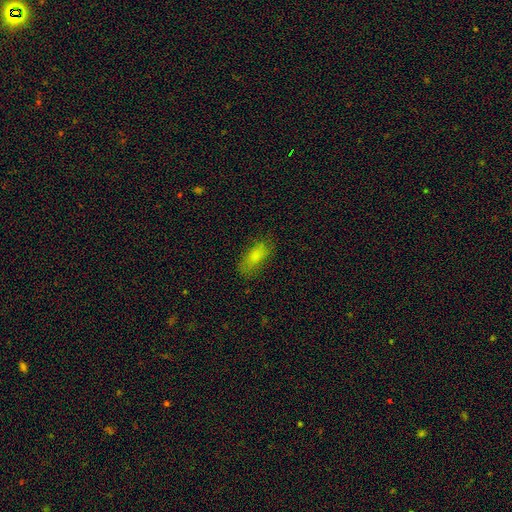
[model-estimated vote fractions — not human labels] This appears to be a smooth galaxy with no disk features (78%) that is in between round and cigar-shaped (79%). Merging: none (69%).